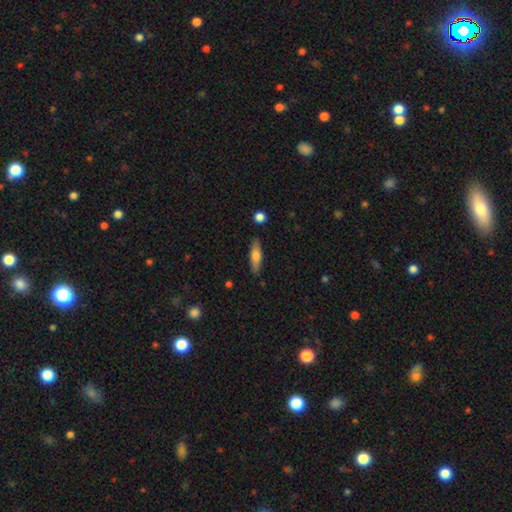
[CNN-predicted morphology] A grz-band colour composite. It shows a smooth galaxy with no disk features (64%) that is cigar-shaped (63%). Merging: none (85%).